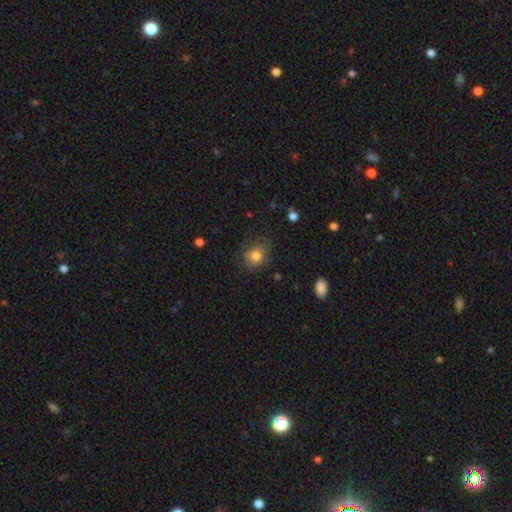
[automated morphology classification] This is clearly a smooth galaxy (81%). How rounded: likely round (64%). Merging: likely none (73%).